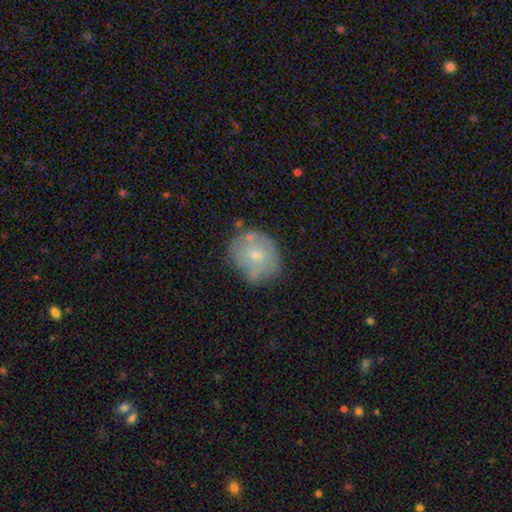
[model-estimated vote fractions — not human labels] smooth_or_featured: smooth (p=0.57) [alt: featured or disk p=0.35]
how_rounded: round (p=0.67) [alt: in between p=0.32]
merging: none (p=0.57) [alt: minor disturbance p=0.26]